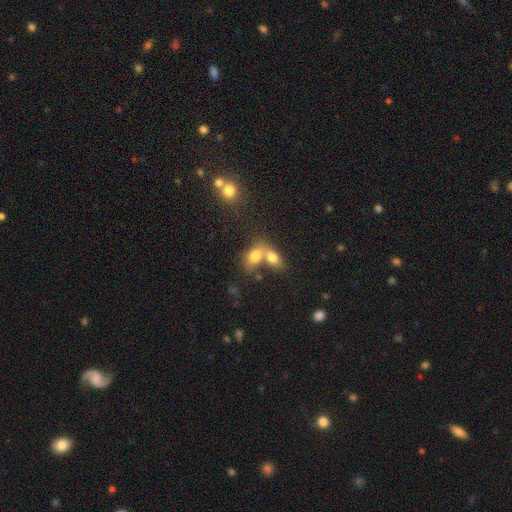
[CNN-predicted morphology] Smooth or featured? smooth (76%)
How rounded? in between (80%)
Merging? merger (67%)